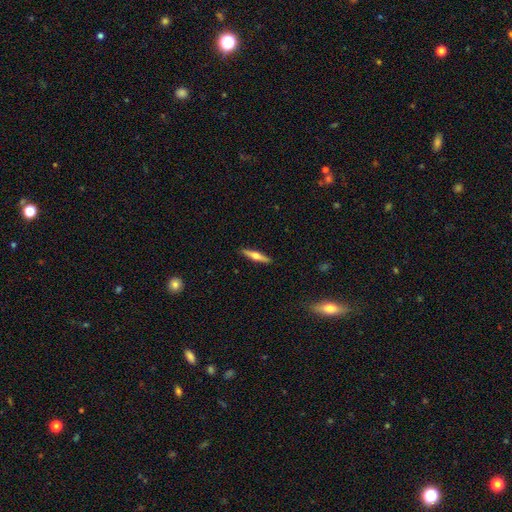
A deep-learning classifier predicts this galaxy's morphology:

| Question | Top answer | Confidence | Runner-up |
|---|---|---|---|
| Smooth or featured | featured or disk | 55% | smooth (40%) |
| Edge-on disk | yes | 96% | no (4%) |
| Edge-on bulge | rounded | 91% | none (5%) |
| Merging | none | 91% | minor disturbance (6%) |